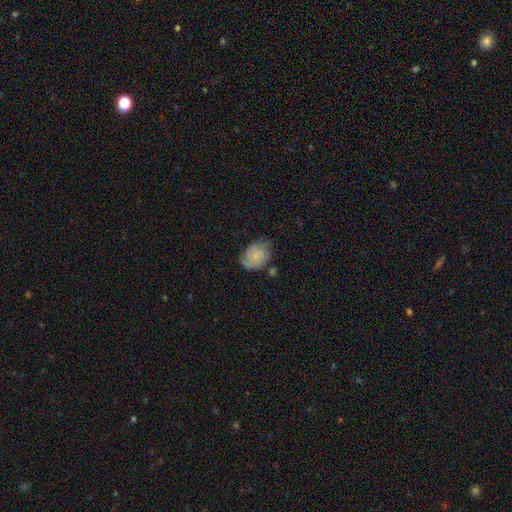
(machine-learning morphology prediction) This appears to be a smooth galaxy with no disk features (54%) that is in between round and cigar-shaped (71%). Merging: none (59%).